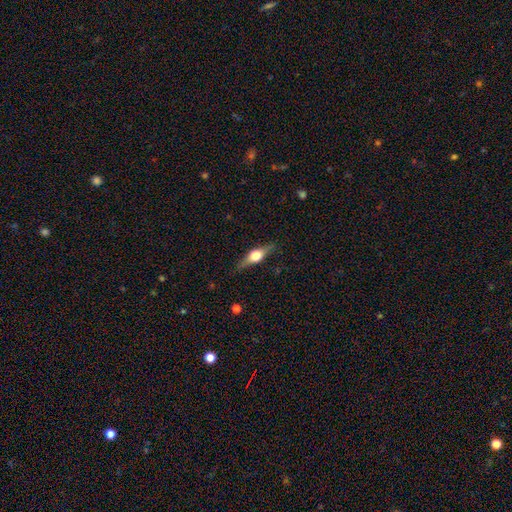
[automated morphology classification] This is likely a featured or disk galaxy (64%). It is clearly viewed edge-on (95%). Edge-on bulge: clearly rounded (94%). Merging: clearly none (84%).